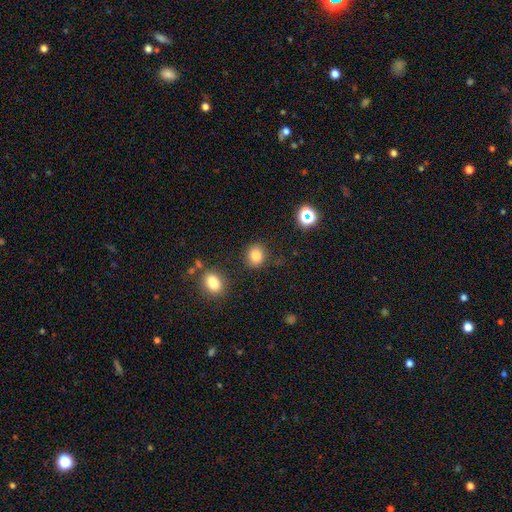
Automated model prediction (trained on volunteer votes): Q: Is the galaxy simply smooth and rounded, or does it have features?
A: smooth — 83%.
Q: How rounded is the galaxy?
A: round — 74%.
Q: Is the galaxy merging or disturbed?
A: none — 82%.